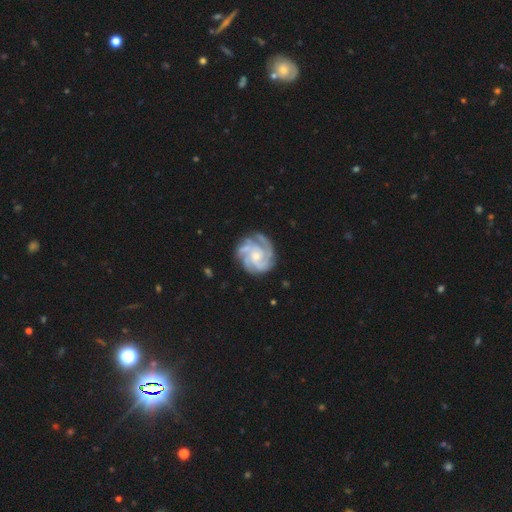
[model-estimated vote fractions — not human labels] Overall: featured or disk (90%). Edge-on disk: no (98%). Bar: no (70%). Spiral arms: yes (98%). Spiral arm count: 3 (42%; 4 27%). Spiral winding: tight (64%; medium 31%). Bulge size: small (59%; moderate 36%). Merging: none (76%).